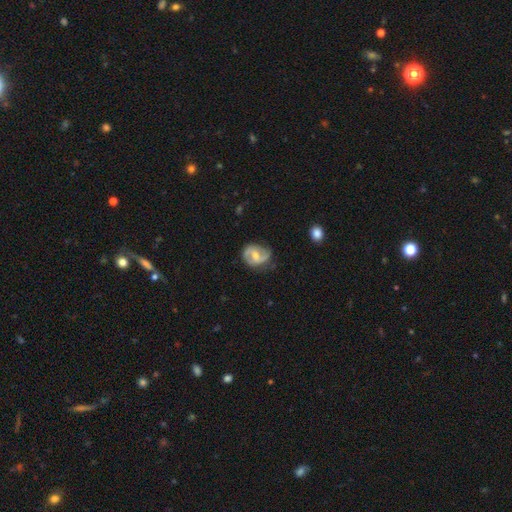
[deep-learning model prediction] Q: Smooth or featured?
A: featured or disk (75%); runner-up: smooth (20%)
Q: Edge-on disk?
A: no (97%); runner-up: yes (3%)
Q: Bar?
A: weak (46%); runner-up: no (34%)
Q: Spiral arms?
A: yes (89%); runner-up: no (11%)
Q: Spiral winding?
A: medium (46%); runner-up: loose (27%)
Q: Spiral arm count?
A: 2 (83%); runner-up: can't tell (8%)
Q: Bulge size?
A: moderate (61%); runner-up: small (34%)
Q: Merging?
A: none (64%); runner-up: minor disturbance (25%)